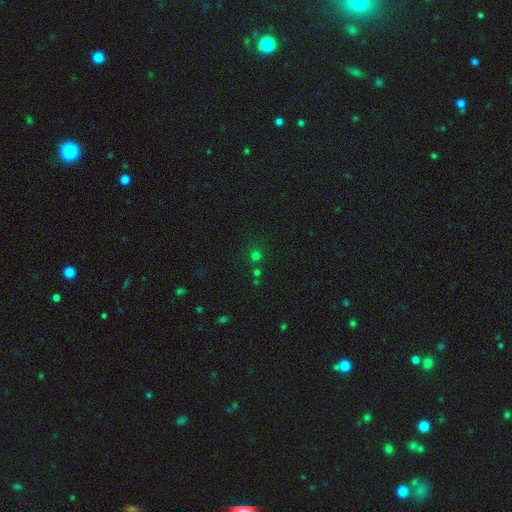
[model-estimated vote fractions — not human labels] Smooth or featured?
  - smooth: 62% *
  - star or artifact: 32%
  - featured or disk: 6%
How rounded?
  - round: 93% *
  - in between: 6%
  - cigar-shaped: 1%
Merging?
  - none: 77% *
  - merger: 12%
  - minor disturbance: 8%
  - major disturbance: 3%